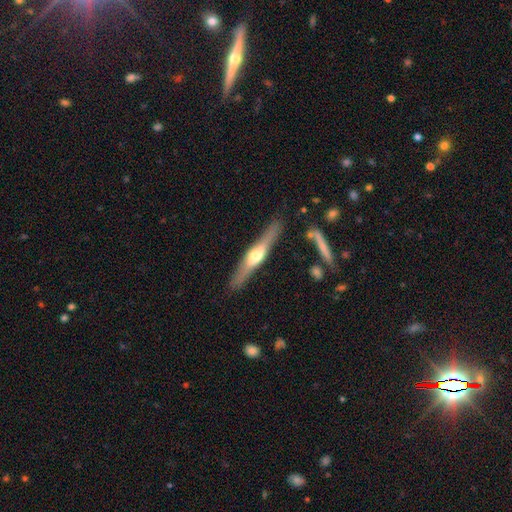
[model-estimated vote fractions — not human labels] Smooth or featured? Predicted: featured or disk (p=0.67). Edge-on disk? Predicted: yes (p=0.95). Edge-on bulge? Predicted: rounded (p=0.86). Merging? Predicted: none (p=0.86).